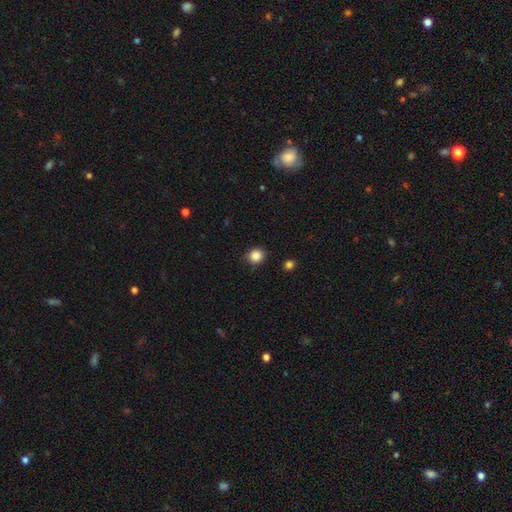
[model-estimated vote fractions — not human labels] Smooth or featured? Predicted: smooth (p=0.85). How rounded? Predicted: round (p=0.84). Merging? Predicted: none (p=0.85).